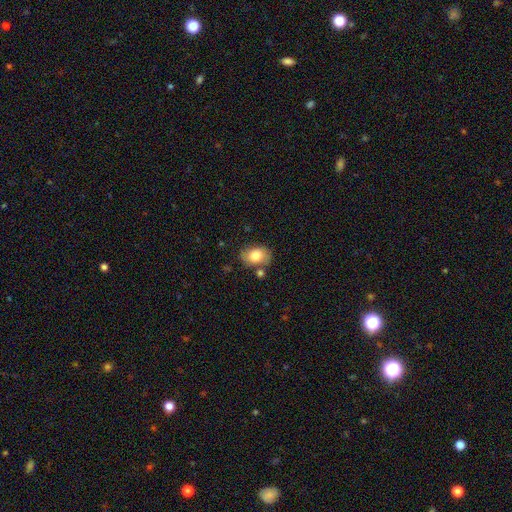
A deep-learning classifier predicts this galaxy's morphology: smooth_or_featured: smooth (p=0.78) [alt: featured or disk p=0.14]
how_rounded: in between (p=0.73) [alt: round p=0.26]
merging: none (p=0.71) [alt: minor disturbance p=0.17]